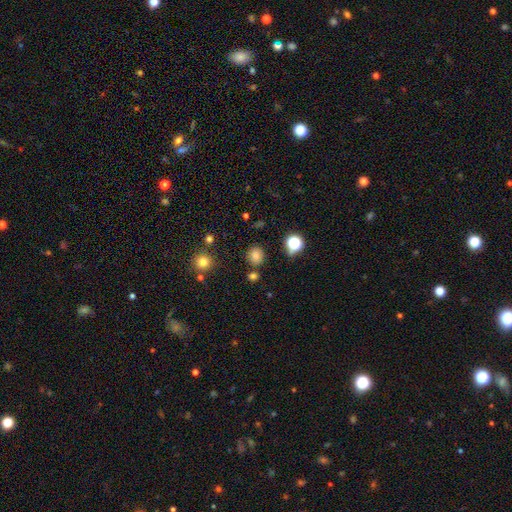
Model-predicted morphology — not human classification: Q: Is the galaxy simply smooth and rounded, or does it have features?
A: smooth — 78%.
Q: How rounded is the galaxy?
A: round — 83%.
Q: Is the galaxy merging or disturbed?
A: none — 83%.